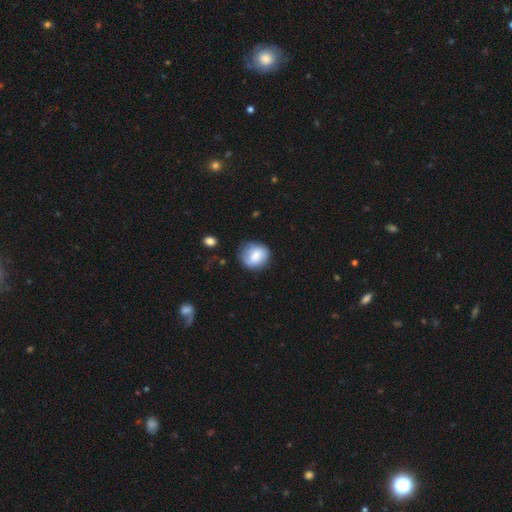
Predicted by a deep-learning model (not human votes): The model was most divided on "merging": none: 68%, minor disturbance: 23%, major disturbance: 7%, merger: 3%. More confident: smooth or featured — smooth (75%); how rounded — round (73%).